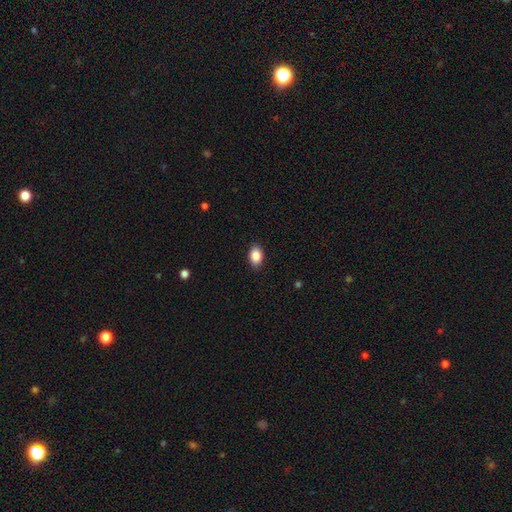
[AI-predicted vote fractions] A smooth galaxy with no disk features (87%) that is in between round and cigar-shaped (87%).

Vote fractions:
- Smooth or featured? smooth: 87% / star or artifact: 8% / featured or disk: 5%
- How rounded? in between: 87% / round: 12% / cigar-shaped: 1%
- Merging? none: 87% / minor disturbance: 10% / major disturbance: 2% / merger: 1%